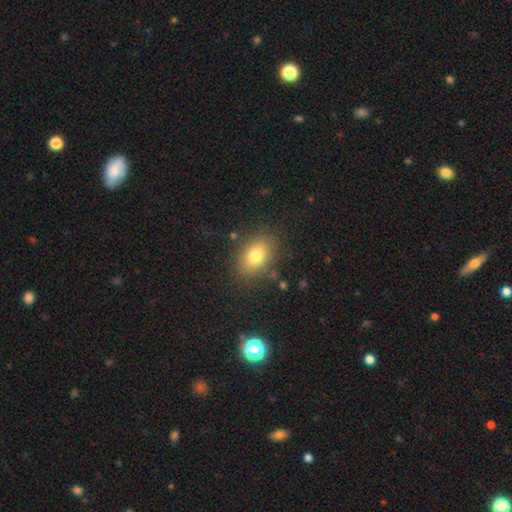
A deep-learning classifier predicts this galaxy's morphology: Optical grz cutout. It shows a smooth galaxy with no disk features (76%) that is in between round and cigar-shaped (73%). Merging: none (83%).